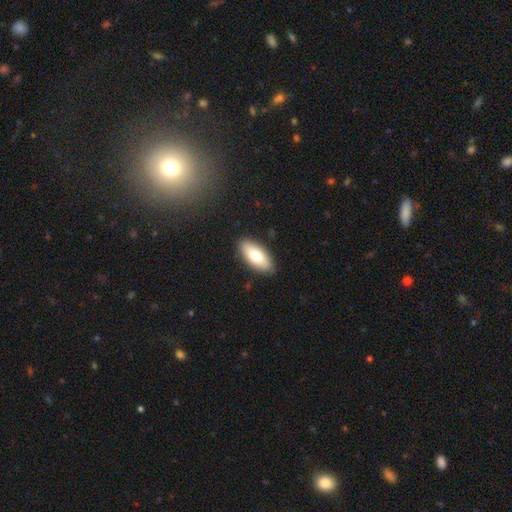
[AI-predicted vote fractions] The model was most divided on "smooth or featured": smooth: 75%, featured or disk: 19%, star or artifact: 6%. More confident: how rounded — in between (88%); merging — none (87%).